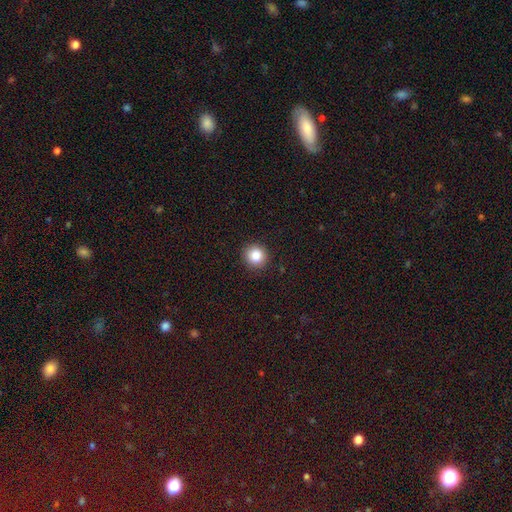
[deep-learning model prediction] Q: Smooth or featured?
A: smooth (84%); runner-up: star or artifact (10%)
Q: How rounded?
A: round (93%); runner-up: in between (6%)
Q: Merging?
A: none (92%); runner-up: minor disturbance (6%)